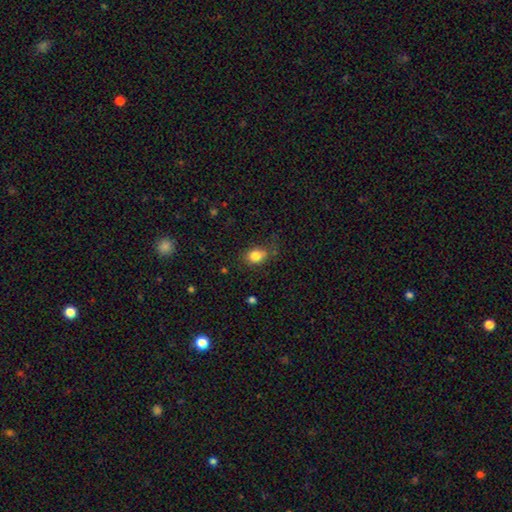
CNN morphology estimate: This is clearly a smooth galaxy (83%). How rounded: possibly in between (56%). Merging: likely none (66%).